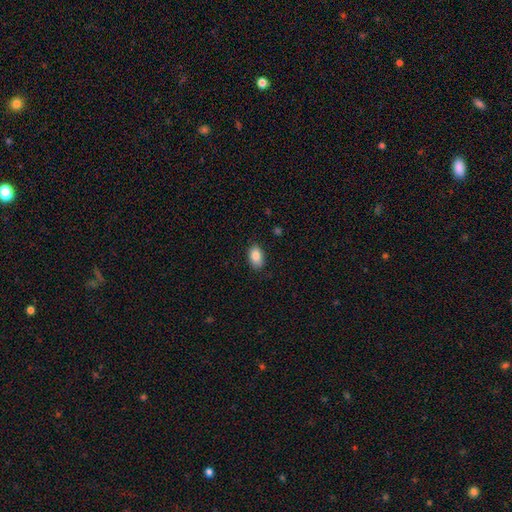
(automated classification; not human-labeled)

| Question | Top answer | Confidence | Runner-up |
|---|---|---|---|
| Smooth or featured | smooth | 87% | star or artifact (8%) |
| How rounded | in between | 90% | round (8%) |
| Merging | none | 83% | minor disturbance (13%) |